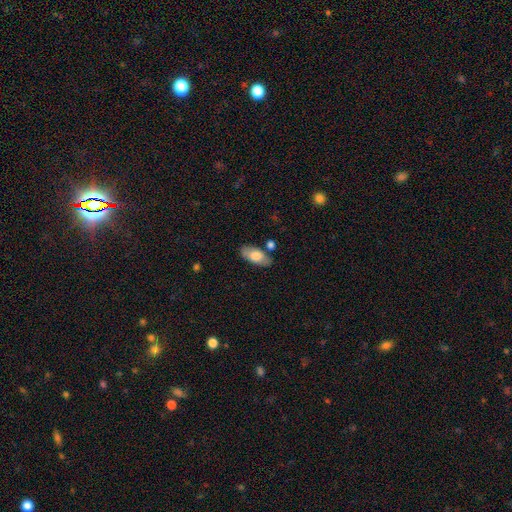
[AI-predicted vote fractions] A smooth galaxy with no disk features (71%) that is in between round and cigar-shaped (91%). Merging: none (77%).